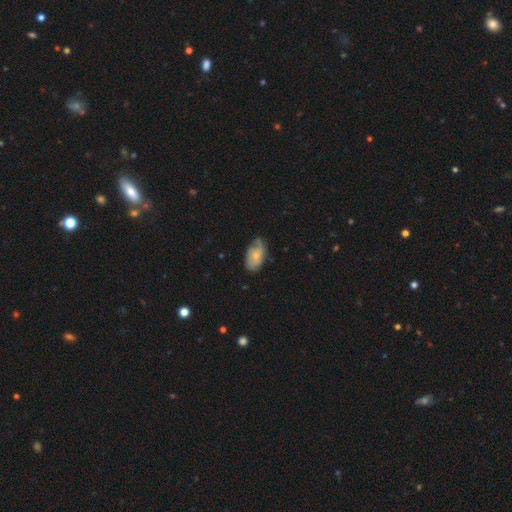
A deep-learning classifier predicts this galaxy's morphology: smooth-or-featured: smooth: 57% | featured or disk: 37% | star or artifact: 6%
  how-rounded: in between: 93% | round: 5% | cigar-shaped: 3%
  merging: none: 57% | minor disturbance: 32% | major disturbance: 9% | merger: 2%